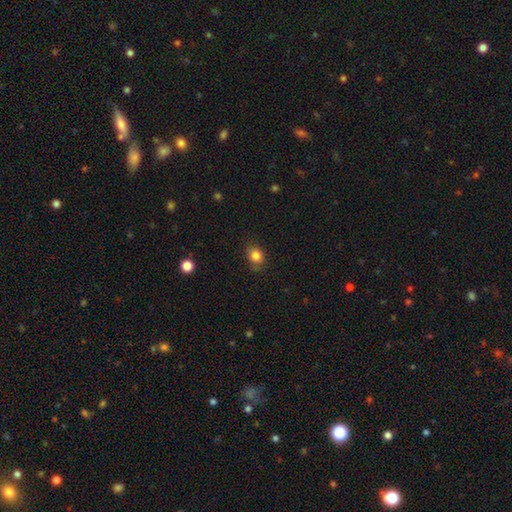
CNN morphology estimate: Overall: smooth (84%). How rounded: round (51%; in between 48%). Merging: none (76%).